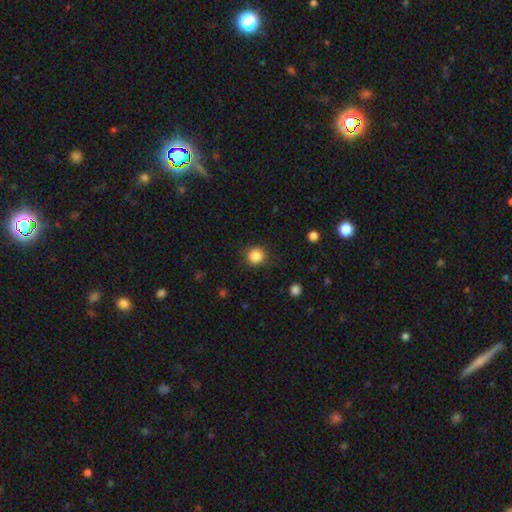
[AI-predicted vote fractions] Overall: smooth (85%). How rounded: round (92%). Merging: none (88%).